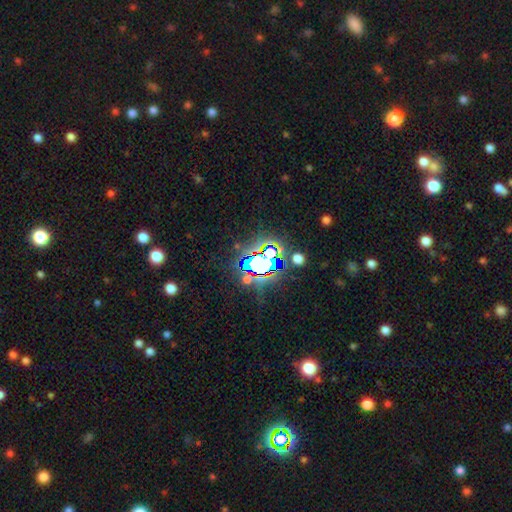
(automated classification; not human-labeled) Smooth or featured? star or artifact (75%)